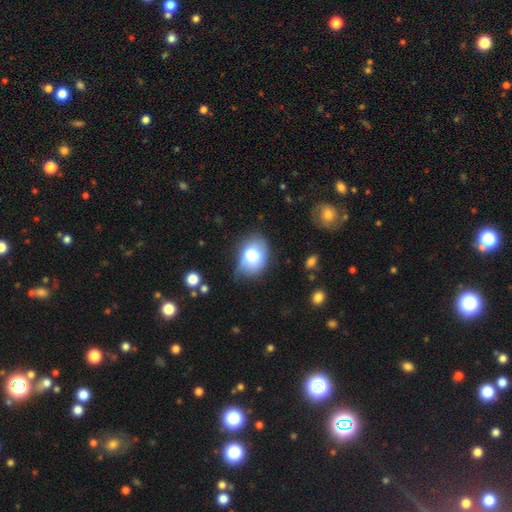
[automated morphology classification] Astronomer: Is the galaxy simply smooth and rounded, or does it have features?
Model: smooth — 69%.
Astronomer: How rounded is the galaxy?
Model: in between — 62% (runner-up: round, 37%).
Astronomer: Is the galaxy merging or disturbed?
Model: none — 57%.